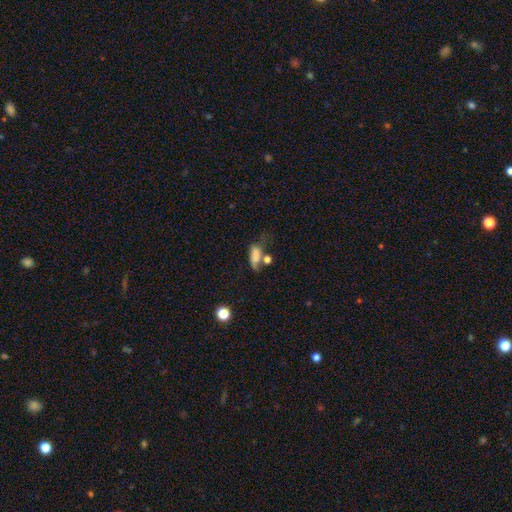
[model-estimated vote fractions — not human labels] This is likely a smooth galaxy (72%). How rounded: likely in between (76%). Merging: marginally none (27%).